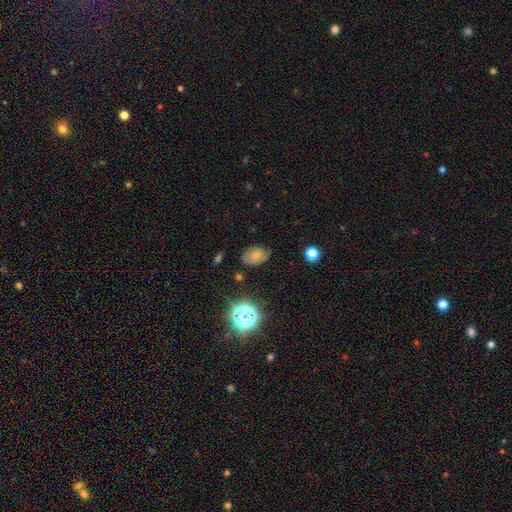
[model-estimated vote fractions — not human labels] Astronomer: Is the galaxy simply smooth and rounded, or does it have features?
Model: smooth — 63%.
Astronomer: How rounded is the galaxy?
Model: in between — 80%.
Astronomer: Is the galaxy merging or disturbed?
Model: none — 72%.